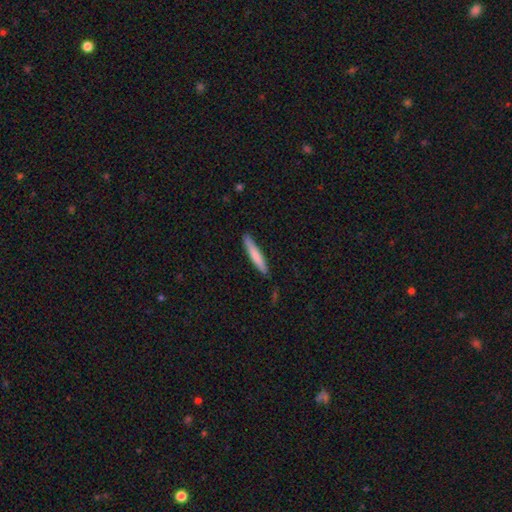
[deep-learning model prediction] The model was most divided on "smooth or featured": smooth: 76%, featured or disk: 18%, star or artifact: 5%. More confident: how rounded — cigar-shaped (93%); merging — none (86%).